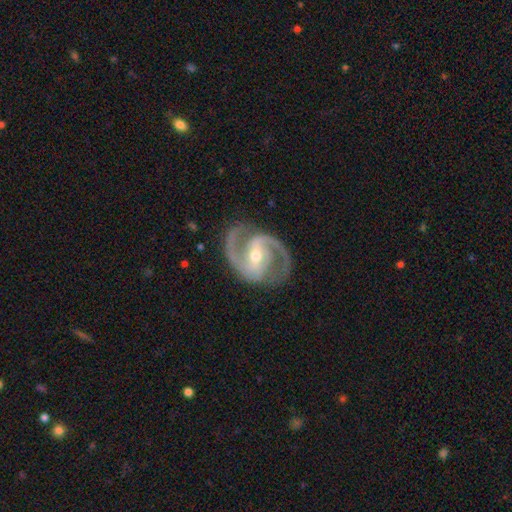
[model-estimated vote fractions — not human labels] This is clearly a featured or disk galaxy (93%). It is clearly not viewed edge-on (98%). Bar: marginally strong (44%). Spiral arm pattern: clearly yes (98%). Spiral arm count: clearly 2 (92%). Spiral winding: likely medium (64%). Central bulge: possibly moderate (50%). Merging: clearly none (82%).